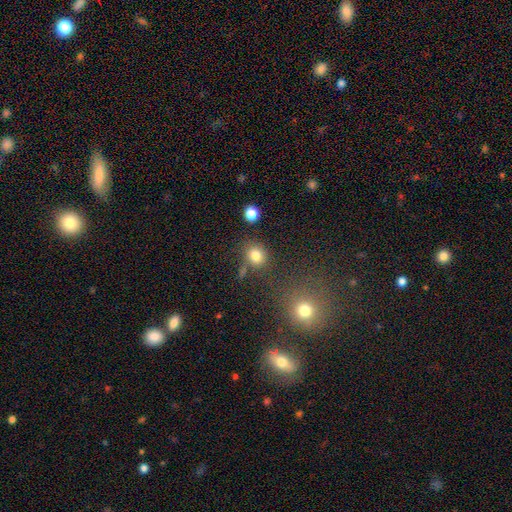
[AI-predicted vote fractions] A smooth galaxy with no disk features (81%) that is round (73%).

Vote fractions:
- Smooth or featured? smooth: 81% / star or artifact: 13% / featured or disk: 7%
- How rounded? round: 73% / in between: 26% / cigar-shaped: 1%
- Merging? none: 72% / minor disturbance: 13% / merger: 10% / major disturbance: 5%